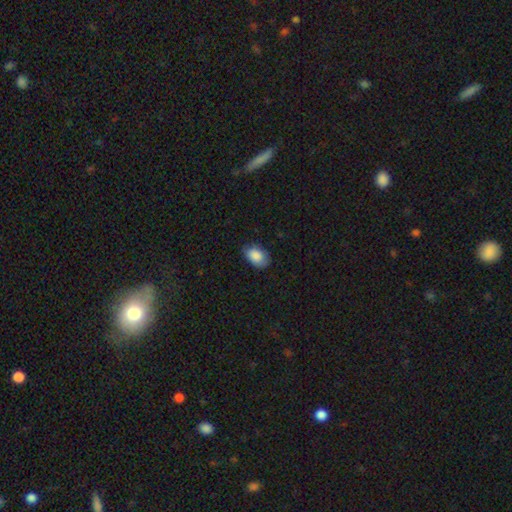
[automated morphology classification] A smooth galaxy with no disk features (87%) that is in between round and cigar-shaped (89%).

Vote fractions:
- Smooth or featured? smooth: 87% / star or artifact: 7% / featured or disk: 6%
- How rounded? in between: 89% / round: 9% / cigar-shaped: 1%
- Merging? none: 76% / minor disturbance: 19% / major disturbance: 3% / merger: 1%